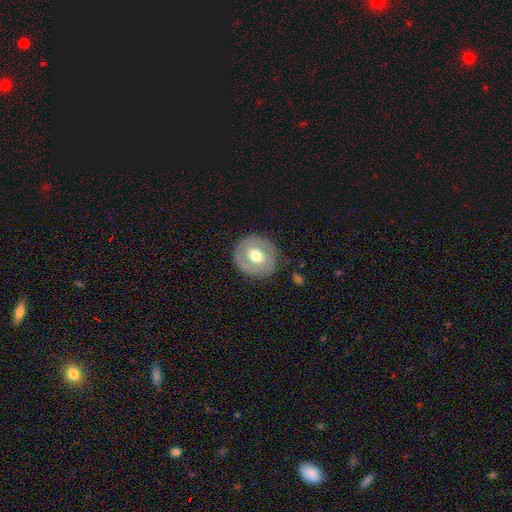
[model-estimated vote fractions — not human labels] Smooth or featured?
  - smooth: 47% * (tied)
  - featured or disk: 47% * (tied)
  - star or artifact: 6%
Merging?
  - none: 84% *
  - minor disturbance: 11%
  - major disturbance: 4%
  - merger: 1%